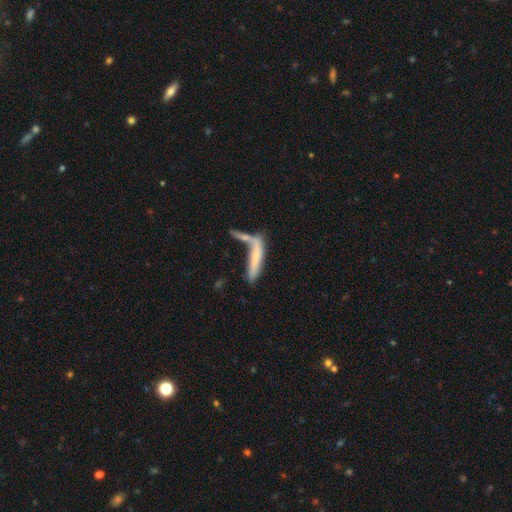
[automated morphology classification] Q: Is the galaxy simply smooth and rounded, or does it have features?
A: smooth — 55%.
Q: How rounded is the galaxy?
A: cigar-shaped — 82%.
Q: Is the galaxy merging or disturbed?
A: merger — 42%.